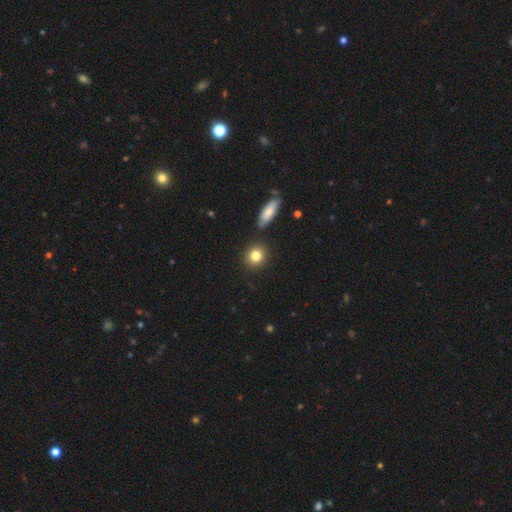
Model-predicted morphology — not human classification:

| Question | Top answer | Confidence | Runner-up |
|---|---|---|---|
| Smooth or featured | smooth | 82% | star or artifact (9%) |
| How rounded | round | 78% | in between (20%) |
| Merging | none | 85% | minor disturbance (8%) |